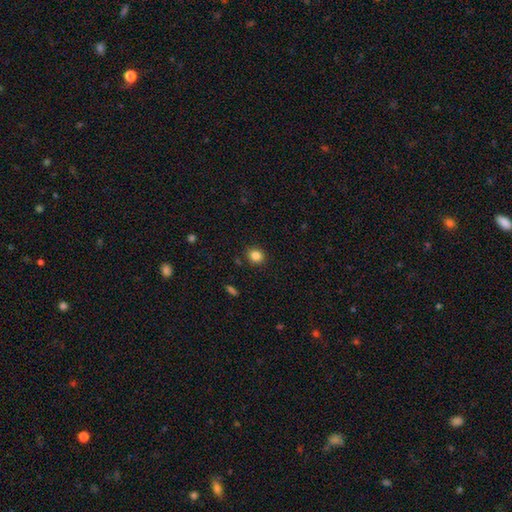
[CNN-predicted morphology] smooth-or-featured: smooth: 85% | star or artifact: 11% | featured or disk: 5%
  how-rounded: round: 86% | in between: 13% | cigar-shaped: 1%
  merging: none: 89% | minor disturbance: 7% | major disturbance: 2% | merger: 2%